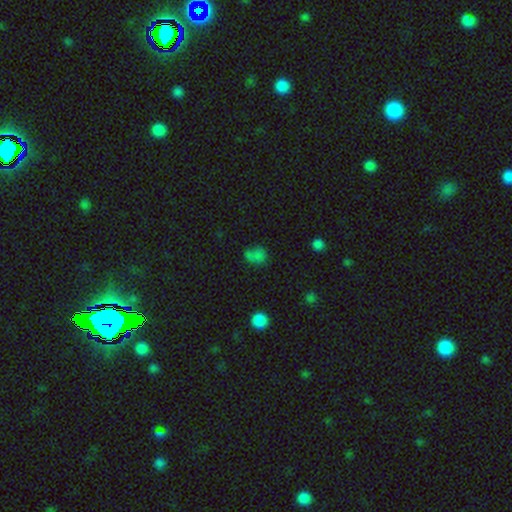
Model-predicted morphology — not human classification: Smooth or featured? Predicted: smooth (p=0.65). How rounded? Predicted: round (p=0.54). Merging? Predicted: none (p=0.50).